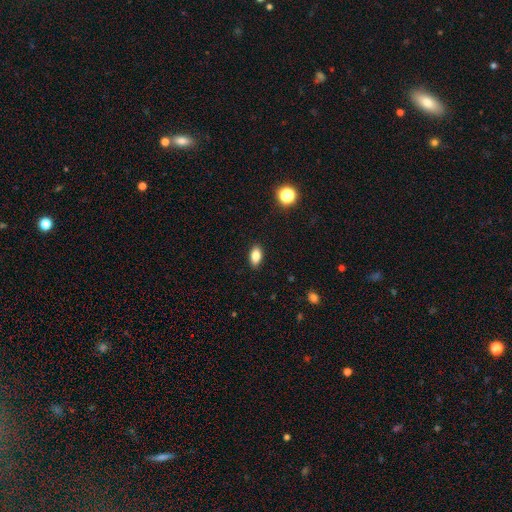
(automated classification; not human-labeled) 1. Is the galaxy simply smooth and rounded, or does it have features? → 82% smooth, 9% star or artifact, 9% featured or disk.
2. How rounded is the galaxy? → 88% in between, 6% round, 6% cigar-shaped.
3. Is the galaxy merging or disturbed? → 89% none, 8% minor disturbance, 2% major disturbance, 1% merger.